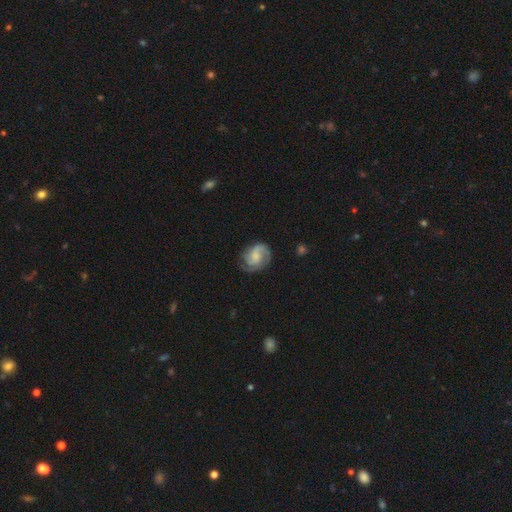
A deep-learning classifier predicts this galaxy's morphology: A featured or disk galaxy (77%) with no bar (60%), 2 (54%) medium (46%) spiral arms (95%) and a small central bulge (40%). Merging: none (71%).